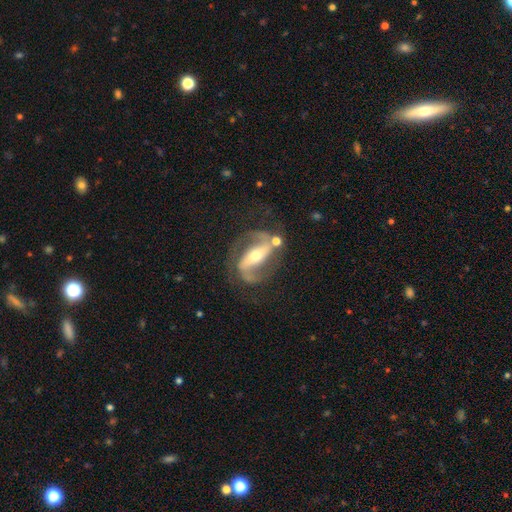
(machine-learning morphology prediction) Smooth or featured: featured or disk — 89% (smooth — 6%)
Edge-on disk: no — 94% (yes — 6%)
Bar: strong — 67% (weak — 20%)
Spiral arms: yes — 95% (no — 5%)
Spiral winding: medium — 52% (loose — 28%)
Spiral arm count: 2 — 92% (can't tell — 3%)
Bulge size: moderate — 54% (small — 38%)
Merging: none — 71% (minor disturbance — 14%)